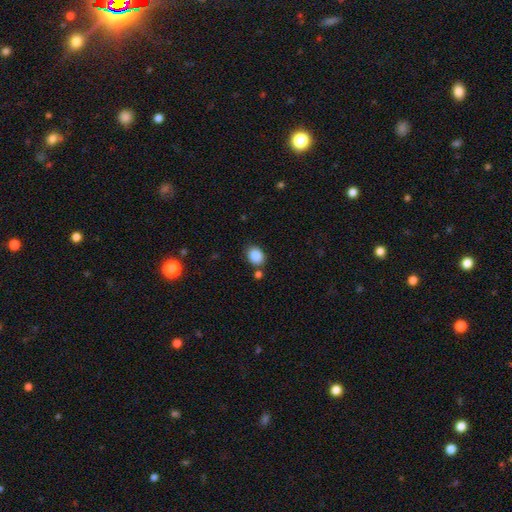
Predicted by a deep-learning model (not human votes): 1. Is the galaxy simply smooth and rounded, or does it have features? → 87% smooth, 9% star or artifact, 4% featured or disk.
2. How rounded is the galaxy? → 56% in between, 44% round, 1% cigar-shaped.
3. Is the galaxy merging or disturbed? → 76% none, 12% minor disturbance, 9% merger, 3% major disturbance.